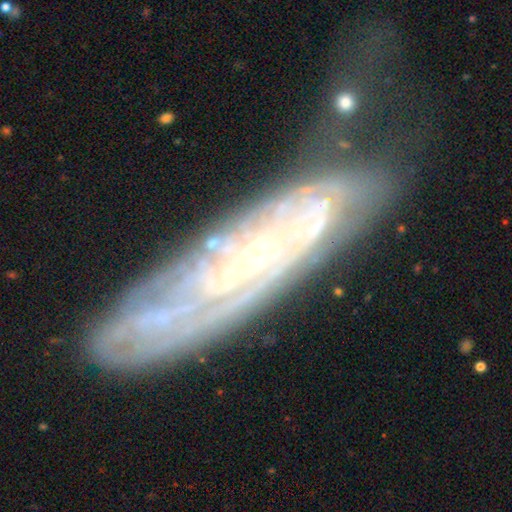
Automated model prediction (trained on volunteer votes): Smooth or featured? featured or disk (80%)
Edge-on disk? no (75%)
Bar? no (69%)
Spiral arms? yes (89%)
Spiral winding? tight (75%)
Spiral arm count? can't tell (53%)
Bulge size? small (80%)
Merging? none (57%)